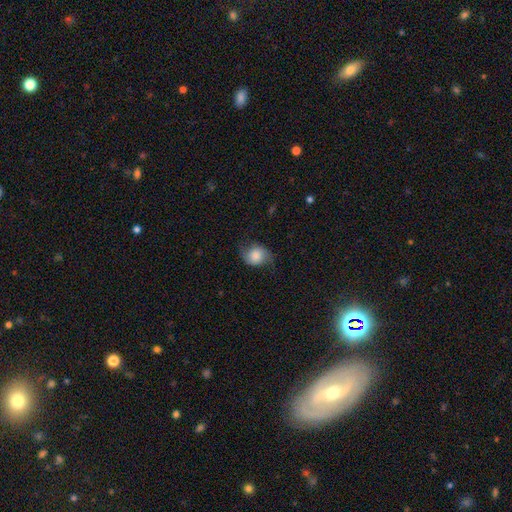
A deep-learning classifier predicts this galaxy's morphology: smooth_or_featured: smooth (p=0.57) [alt: featured or disk p=0.33]
how_rounded: round (p=0.53) [alt: in between p=0.46]
merging: none (p=0.66) [alt: minor disturbance p=0.24]